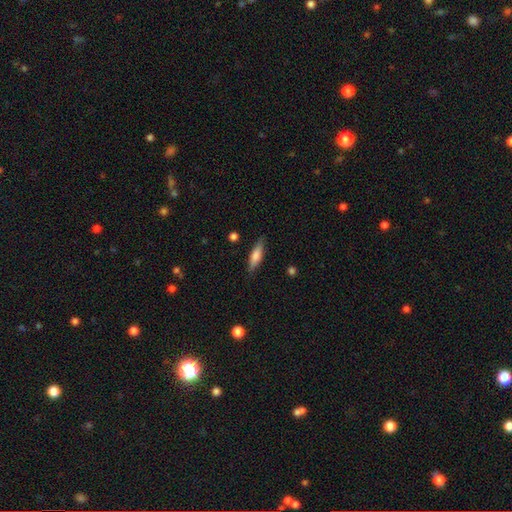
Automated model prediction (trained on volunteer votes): This is likely a smooth galaxy (65%). How rounded: likely cigar-shaped (61%). Merging: clearly none (85%).